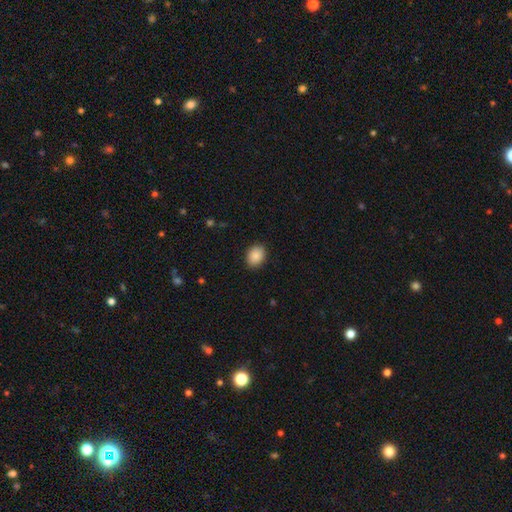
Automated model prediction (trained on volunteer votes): This appears to be a smooth galaxy with no disk features (89%) that is in between round and cigar-shaped (61%). Merging: none (90%).